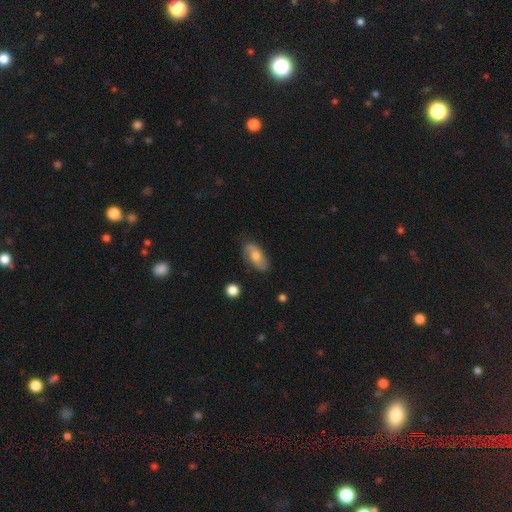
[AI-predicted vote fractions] A smooth galaxy with no disk features (48%). Merging: none (75%).